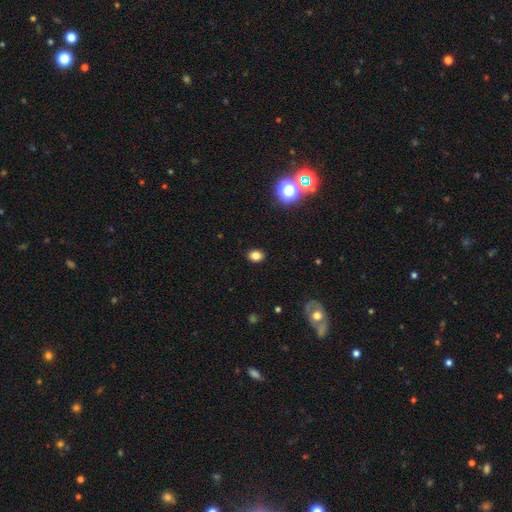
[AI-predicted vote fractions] Smooth or featured? Predicted: smooth (p=0.81). How rounded? Predicted: in between (p=0.56). Merging? Predicted: none (p=0.90).